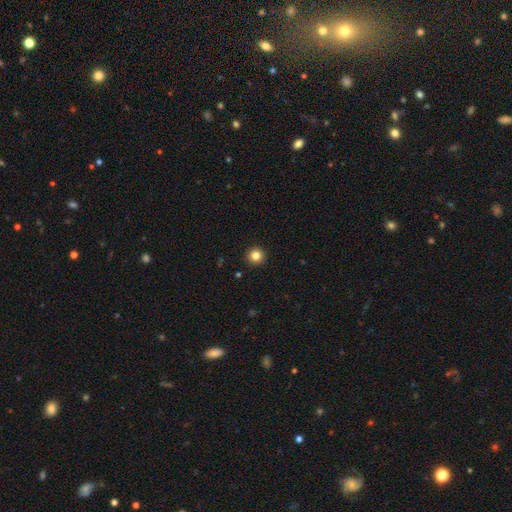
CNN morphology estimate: smooth_or_featured: smooth (p=0.83) [alt: star or artifact p=0.12]
how_rounded: round (p=0.96) [alt: in between p=0.03]
merging: none (p=0.93) [alt: minor disturbance p=0.04]